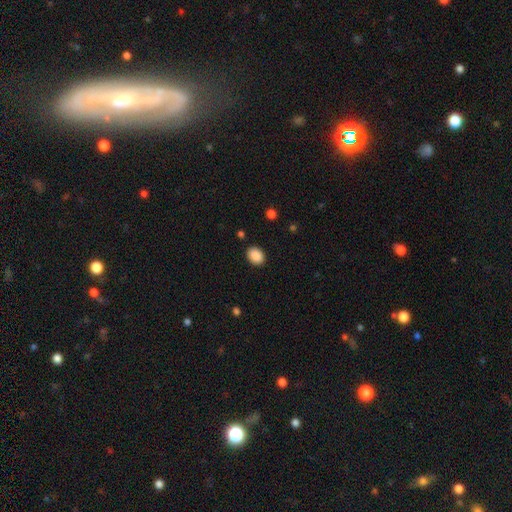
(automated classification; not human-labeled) A smooth galaxy with no disk features (89%) that is in between round and cigar-shaped (64%).

Vote fractions:
- Smooth or featured? smooth: 89% / star or artifact: 8% / featured or disk: 3%
- How rounded? in between: 64% / round: 35% / cigar-shaped: 1%
- Merging? none: 89% / minor disturbance: 8% / major disturbance: 2% / merger: 1%